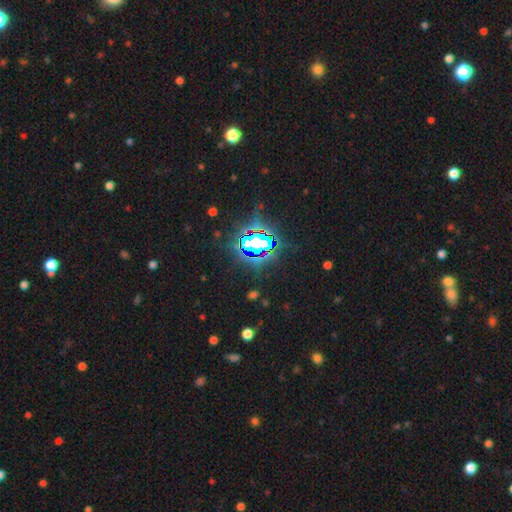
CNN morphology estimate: Smooth or featured: star or artifact — 78% (smooth — 13%)